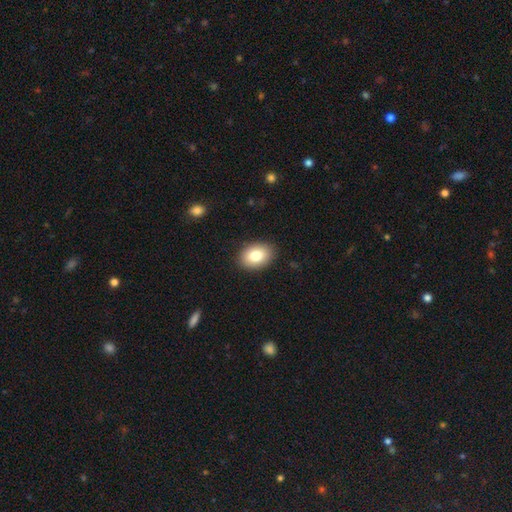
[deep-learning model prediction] smooth_or_featured: smooth (p=0.81) [alt: featured or disk p=0.11]
how_rounded: in between (p=0.80) [alt: round p=0.19]
merging: none (p=0.89) [alt: minor disturbance p=0.08]